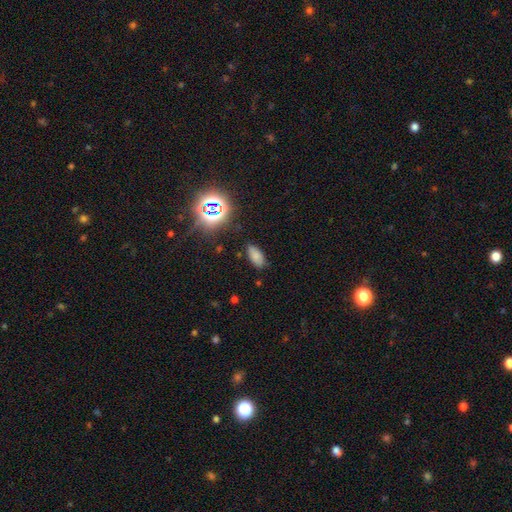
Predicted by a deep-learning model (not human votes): Smooth or featured? Predicted: smooth (p=0.73). How rounded? Predicted: in between (p=0.91). Merging? Predicted: none (p=0.82).